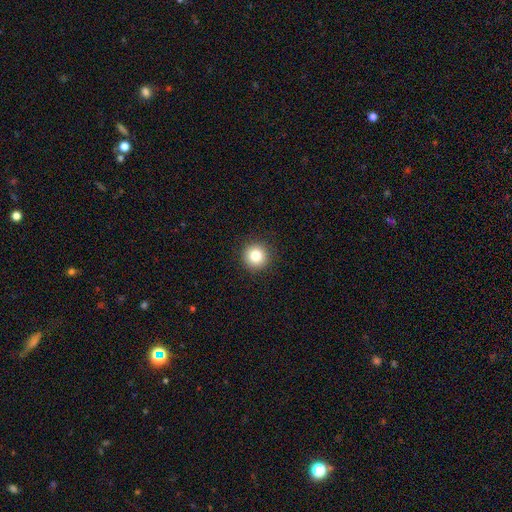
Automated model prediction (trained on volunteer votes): A smooth galaxy with no disk features (84%) that is round (95%).

Vote fractions:
- Smooth or featured? smooth: 84% / star or artifact: 10% / featured or disk: 6%
- How rounded? round: 95% / in between: 4% / cigar-shaped: 1%
- Merging? none: 92% / minor disturbance: 5% / major disturbance: 2% / merger: 1%